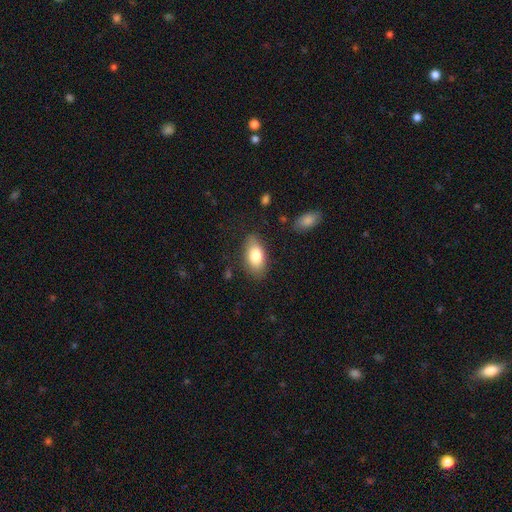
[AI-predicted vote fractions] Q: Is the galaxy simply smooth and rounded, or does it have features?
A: smooth — 79%.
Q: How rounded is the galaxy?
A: in between — 91%.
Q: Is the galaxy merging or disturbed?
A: none — 81%.